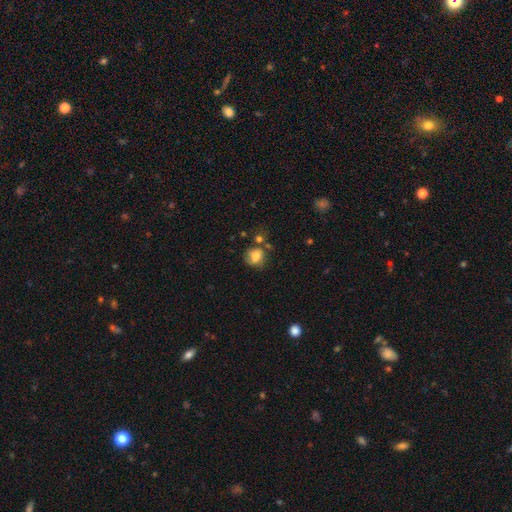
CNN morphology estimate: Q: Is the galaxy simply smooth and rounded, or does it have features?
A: smooth — 76%.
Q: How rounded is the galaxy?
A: round — 71%.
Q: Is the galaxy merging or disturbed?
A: none — 52%.